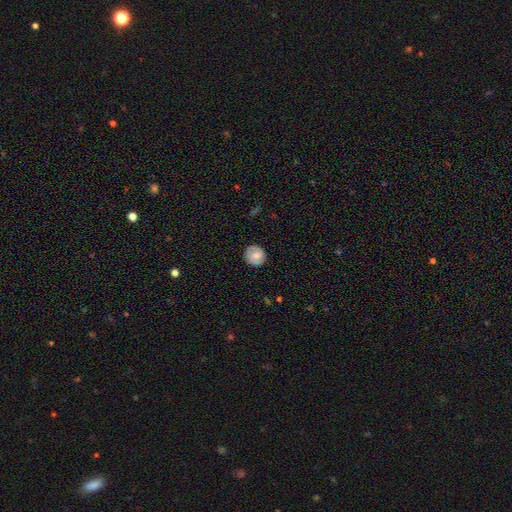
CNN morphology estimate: smooth_or_featured: smooth (p=0.51) [alt: featured or disk p=0.42]
how_rounded: round (p=0.86) [alt: in between p=0.13]
merging: none (p=0.85) [alt: minor disturbance p=0.11]